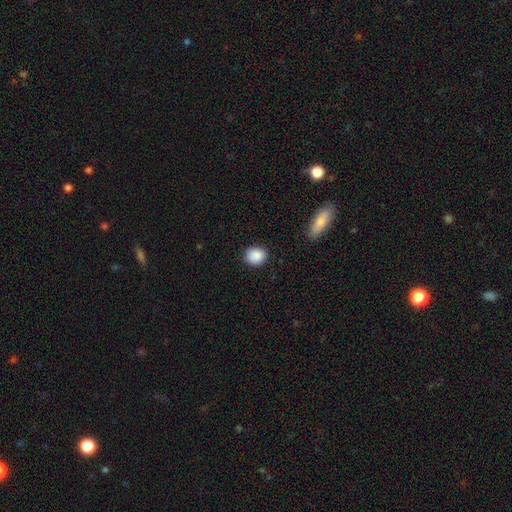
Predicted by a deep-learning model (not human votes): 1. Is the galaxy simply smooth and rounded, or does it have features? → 89% smooth, 8% star or artifact, 4% featured or disk.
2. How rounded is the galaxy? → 67% round, 32% in between, 1% cigar-shaped.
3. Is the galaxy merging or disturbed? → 88% none, 9% minor disturbance, 2% major disturbance, 1% merger.